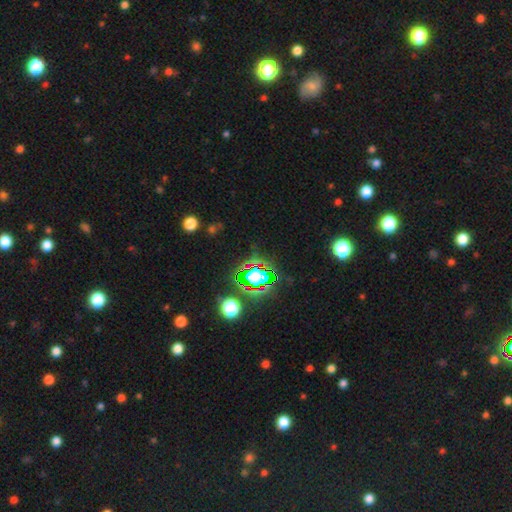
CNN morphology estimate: This appears to be a star or artifact, not a galaxy (77%).